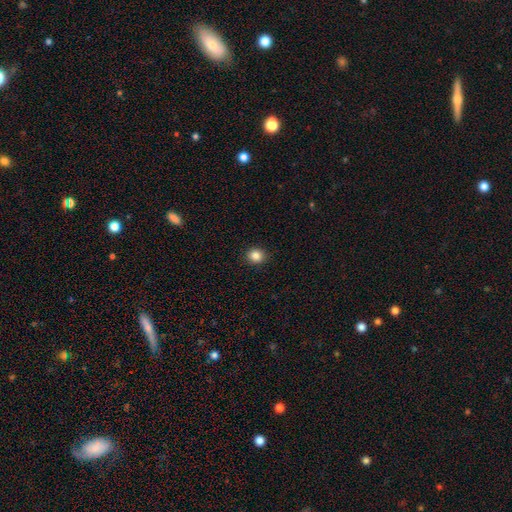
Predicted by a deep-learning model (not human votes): Smooth or featured? Predicted: smooth (p=0.85). How rounded? Predicted: round (p=0.83). Merging? Predicted: none (p=0.92).